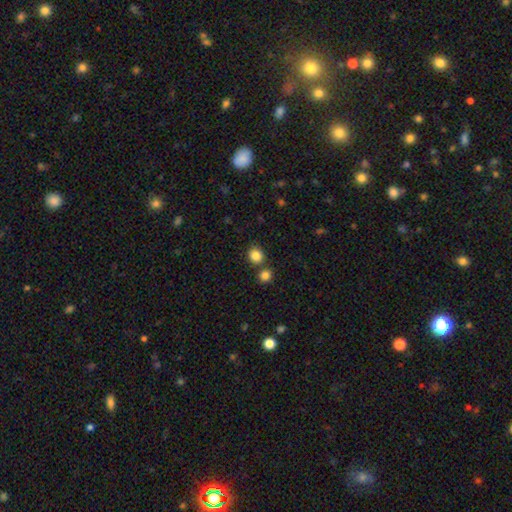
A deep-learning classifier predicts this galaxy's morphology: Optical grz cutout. It shows a smooth galaxy with no disk features (85%) that is round (83%). Merging: none (73%).